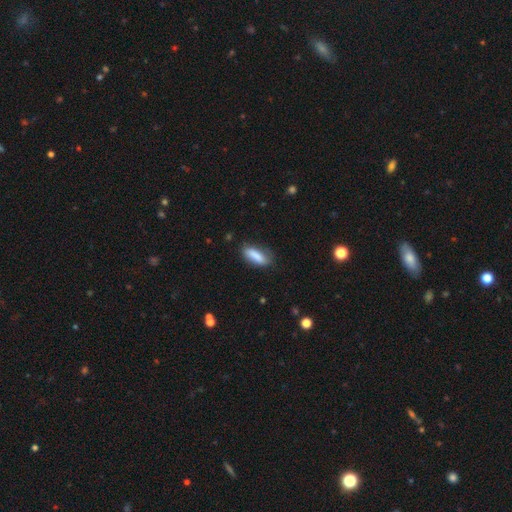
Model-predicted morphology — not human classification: smooth_or_featured: smooth (p=0.84) [alt: featured or disk p=0.09]
how_rounded: in between (p=0.64) [alt: cigar-shaped p=0.34]
merging: none (p=0.73) [alt: minor disturbance p=0.20]